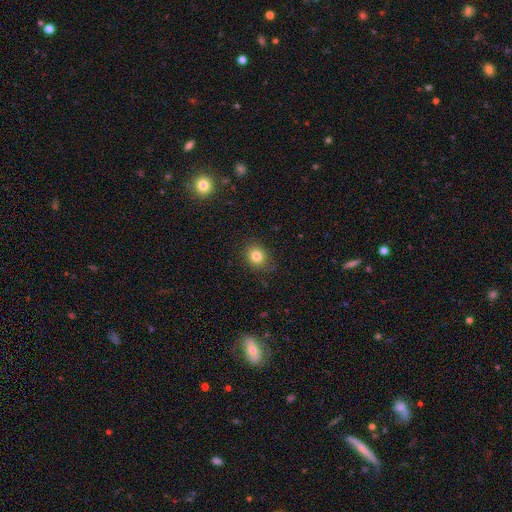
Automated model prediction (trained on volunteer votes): smooth 82%, star or artifact 11%, featured or disk 7%. Down the decision tree: how rounded — round (65%); merging — none (82%).